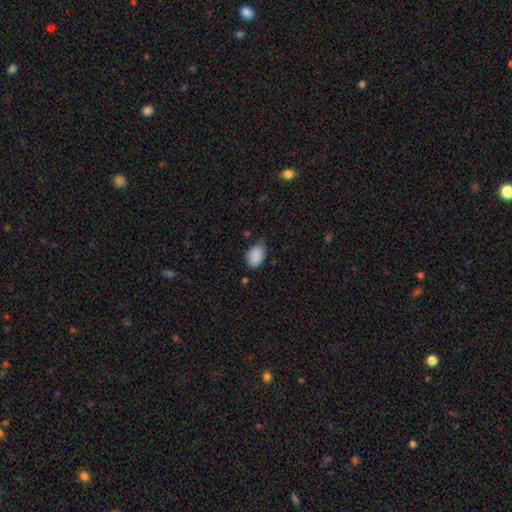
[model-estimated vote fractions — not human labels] The model was most divided on "merging": none: 65%, minor disturbance: 29%, major disturbance: 4%, merger: 2%. More confident: smooth or featured — smooth (89%); how rounded — in between (85%).